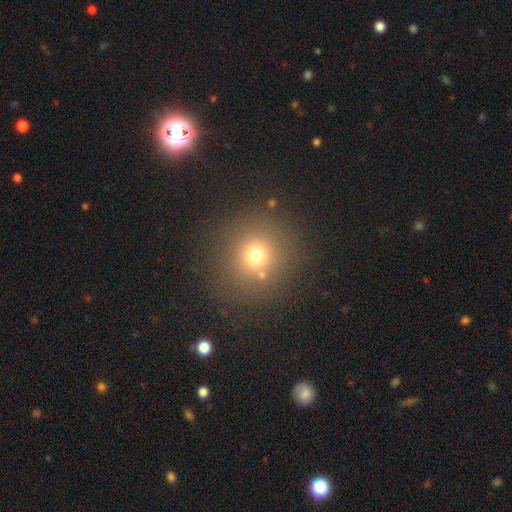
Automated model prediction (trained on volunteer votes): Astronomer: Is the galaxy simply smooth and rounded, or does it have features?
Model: smooth — 69%.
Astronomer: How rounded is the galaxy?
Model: round — 91%.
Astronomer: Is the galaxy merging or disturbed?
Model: none — 83%.